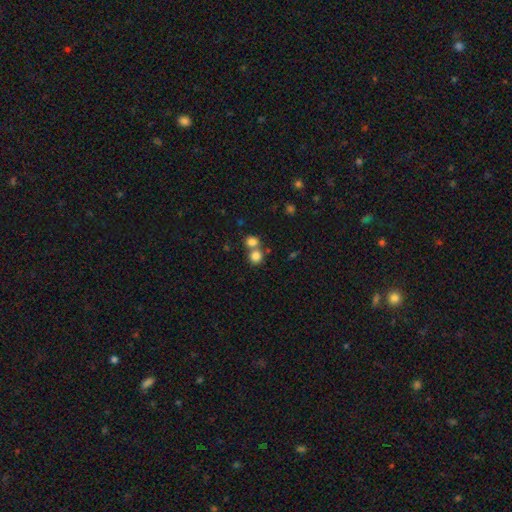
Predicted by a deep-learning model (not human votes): smooth_or_featured: smooth (p=0.82) [alt: star or artifact p=0.11]
how_rounded: round (p=0.81) [alt: in between p=0.18]
merging: none (p=0.47) [alt: merger p=0.43]